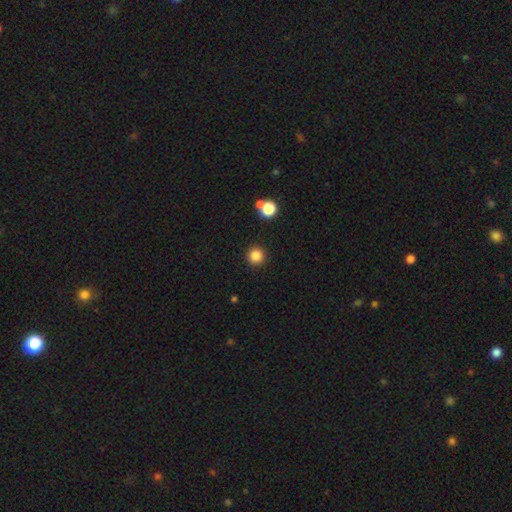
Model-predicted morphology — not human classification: This is clearly a smooth galaxy (84%). How rounded: clearly round (96%). Merging: clearly none (91%).